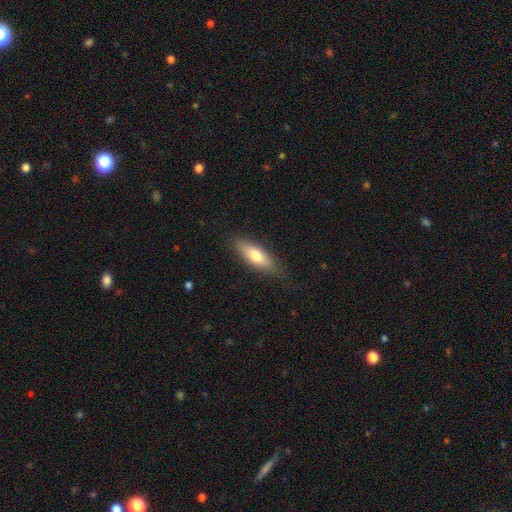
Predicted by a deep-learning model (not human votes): This appears to be a smooth galaxy with no disk features (69%) that is in between round and cigar-shaped (58%). Merging: none (83%).